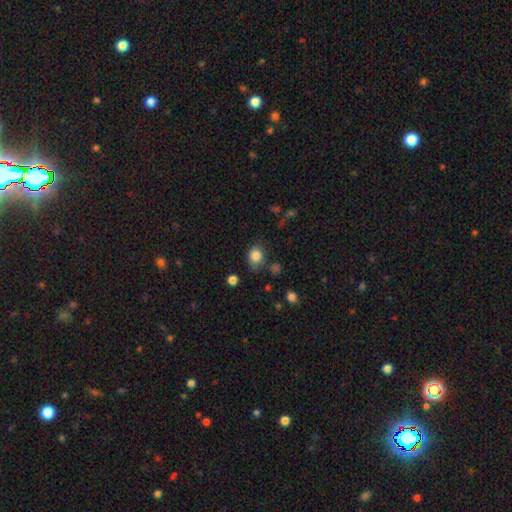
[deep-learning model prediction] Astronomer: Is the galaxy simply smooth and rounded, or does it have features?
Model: smooth — 85%.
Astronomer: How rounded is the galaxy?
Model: in between — 51% (runner-up: round, 48%).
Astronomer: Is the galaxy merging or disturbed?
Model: none — 72%.